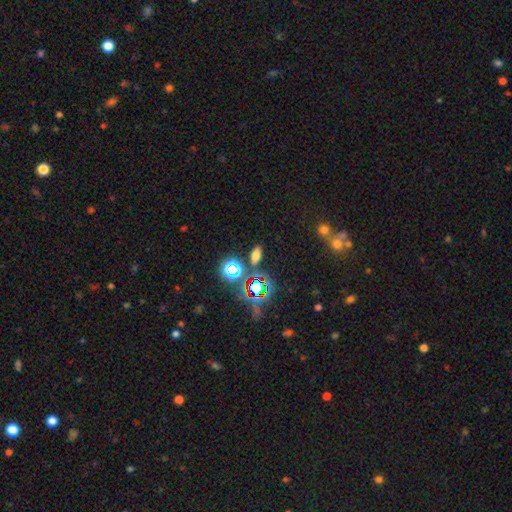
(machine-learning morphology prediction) Smooth or featured: smooth — 60% (star or artifact — 31%)
How rounded: in between — 80% (round — 10%)
Merging: none — 82% (minor disturbance — 9%)